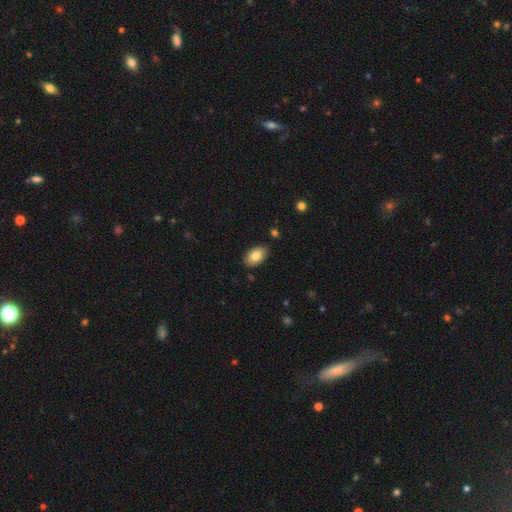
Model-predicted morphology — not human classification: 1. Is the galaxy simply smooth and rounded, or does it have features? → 82% smooth, 11% featured or disk, 7% star or artifact.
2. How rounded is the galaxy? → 92% in between, 7% round, 1% cigar-shaped.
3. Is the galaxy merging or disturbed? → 87% none, 10% minor disturbance, 2% major disturbance, 2% merger.